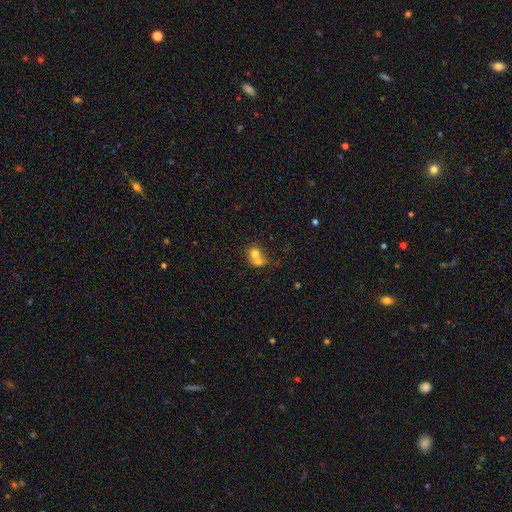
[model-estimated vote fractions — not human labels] This appears to be a smooth galaxy with no disk features (70%) that is round (72%). Merging: merger (68%).